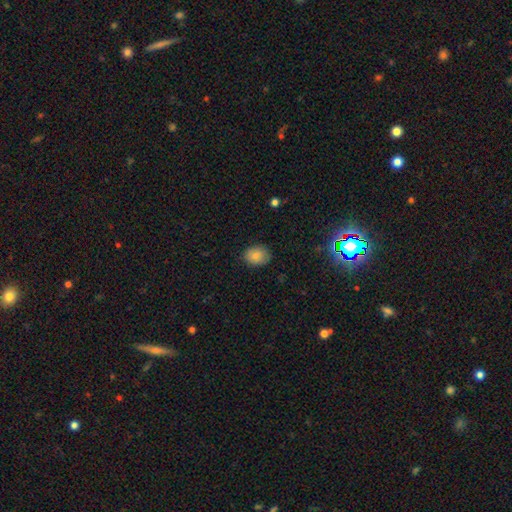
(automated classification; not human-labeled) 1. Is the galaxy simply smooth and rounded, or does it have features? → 83% smooth, 9% star or artifact, 8% featured or disk.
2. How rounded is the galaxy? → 58% in between, 41% round, 1% cigar-shaped.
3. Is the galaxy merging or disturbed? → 81% none, 15% minor disturbance, 3% major disturbance, 1% merger.